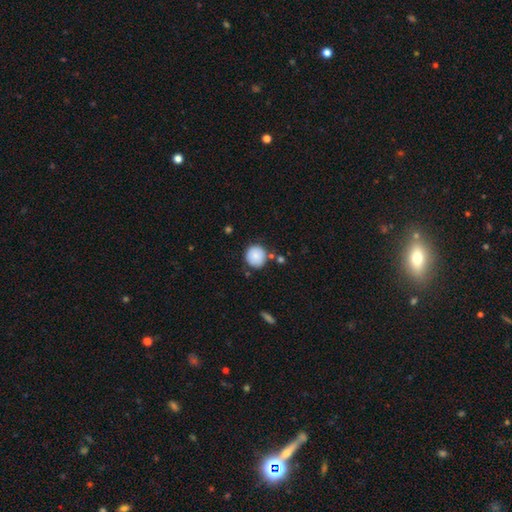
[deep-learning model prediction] Morphology: type=smooth (84%); roundness=round (91%); merging=none (79%).